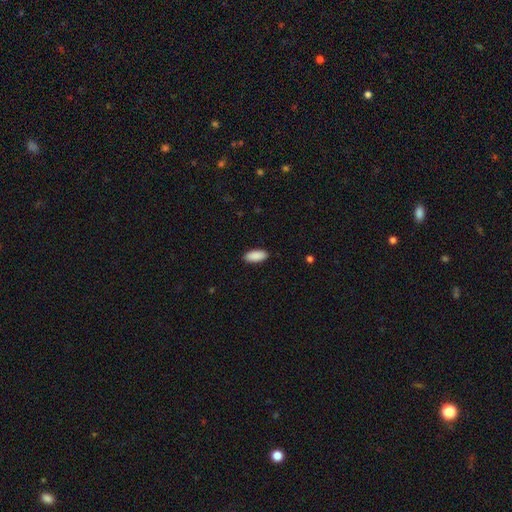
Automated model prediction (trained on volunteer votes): A smooth galaxy with no disk features (91%) that is in between round and cigar-shaped (88%). Merging: none (90%).